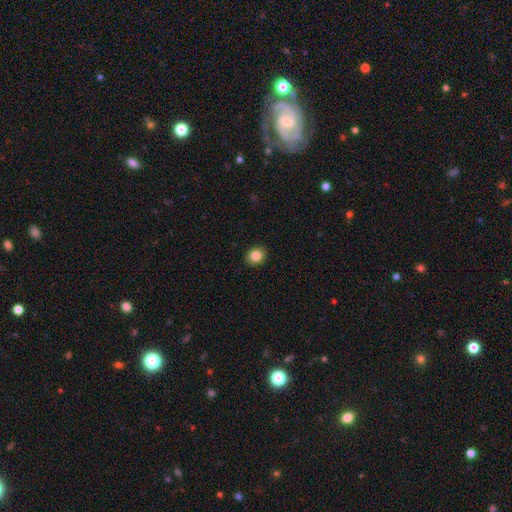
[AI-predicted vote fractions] smooth-or-featured: smooth: 85% | star or artifact: 10% | featured or disk: 6%
  how-rounded: round: 73% | in between: 26% | cigar-shaped: 1%
  merging: none: 92% | minor disturbance: 6% | major disturbance: 2% | merger: 1%